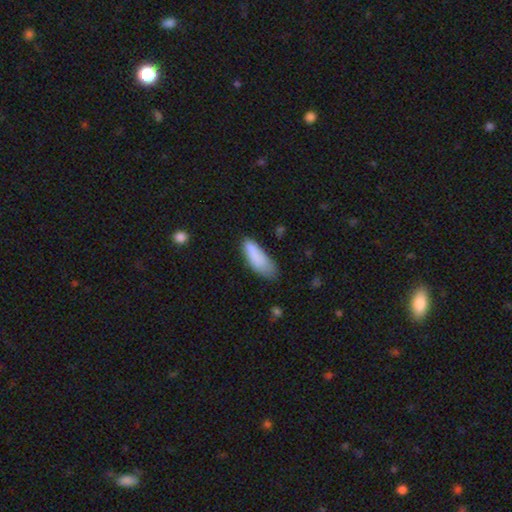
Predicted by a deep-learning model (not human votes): This is clearly a smooth galaxy (85%). How rounded: likely in between (62%). Merging: possibly none (54%).